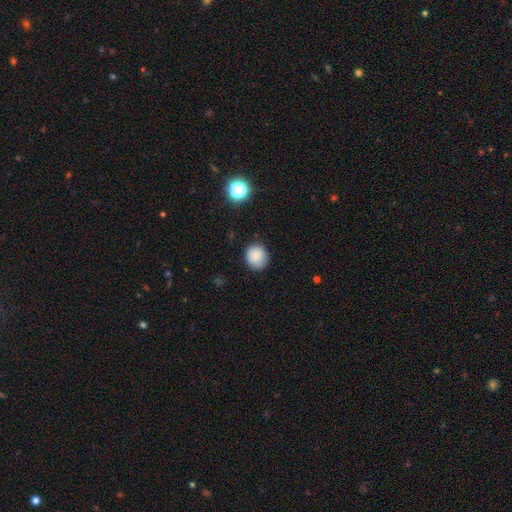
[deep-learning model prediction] Smooth or featured? smooth (85%)
How rounded? round (79%)
Merging? none (84%)